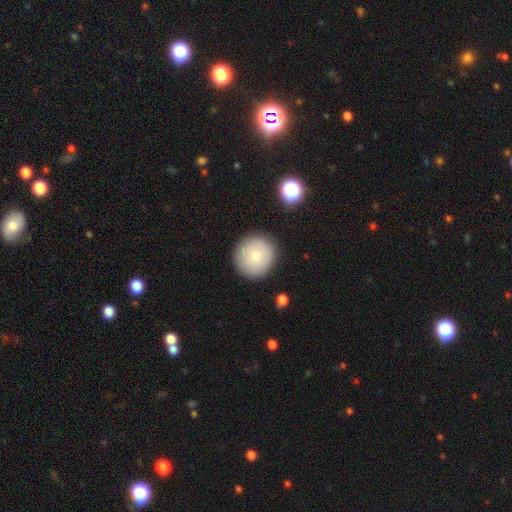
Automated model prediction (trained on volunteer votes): smooth-or-featured: smooth: 79% | featured or disk: 13% | star or artifact: 7%
  how-rounded: round: 92% | in between: 7% | cigar-shaped: 1%
  merging: none: 88% | minor disturbance: 8% | major disturbance: 2% | merger: 2%